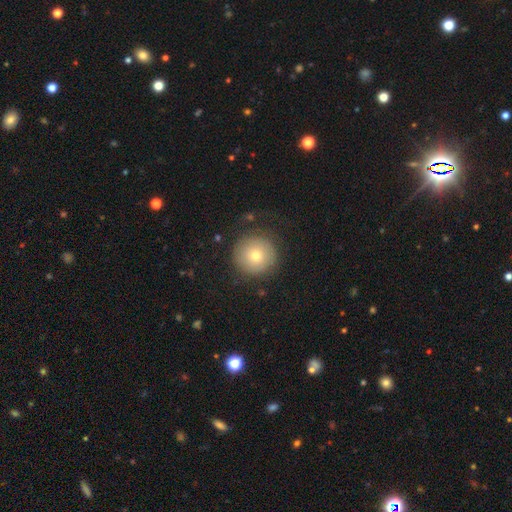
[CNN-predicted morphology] smooth-or-featured: smooth: 71% | featured or disk: 19% | star or artifact: 10%
  how-rounded: round: 96% | in between: 3% | cigar-shaped: 1%
  merging: none: 82% | minor disturbance: 12% | major disturbance: 5% | merger: 1%